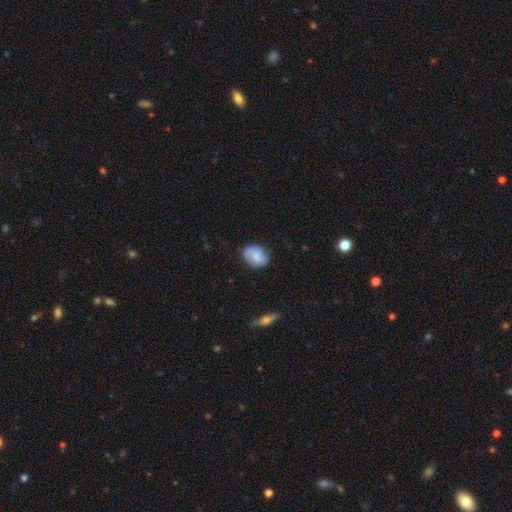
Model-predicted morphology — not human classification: The model was most divided on "how rounded": in between: 66%, round: 33%, cigar-shaped: 1%. More confident: merging — none (80%); smooth or featured — smooth (75%).